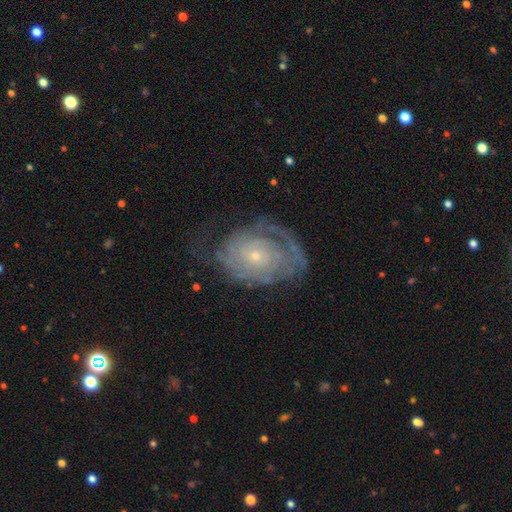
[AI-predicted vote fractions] A featured or disk galaxy (80%) with no bar (79%), tight (70%) spiral arms (88%) and a small central bulge (76%).

Vote fractions:
- Smooth or featured? featured or disk: 80% / smooth: 13% / star or artifact: 6%
- Edge-on disk? no: 96% / yes: 4%
- Bar? no: 79% / weak: 17% / strong: 3%
- Spiral arms? yes: 88% / no: 12%
- Spiral winding? tight: 70% / medium: 22% / loose: 8%
- Spiral arm count? can't tell: 47% / 2: 24% / 3: 10% / 1: 8% / 4: 6% / more than 4: 5%
- Bulge size? small: 76% / moderate: 20% / none: 2% / large: 1% / dominant: 1%
- Merging? none: 57% / minor disturbance: 22% / major disturbance: 19% / merger: 1%